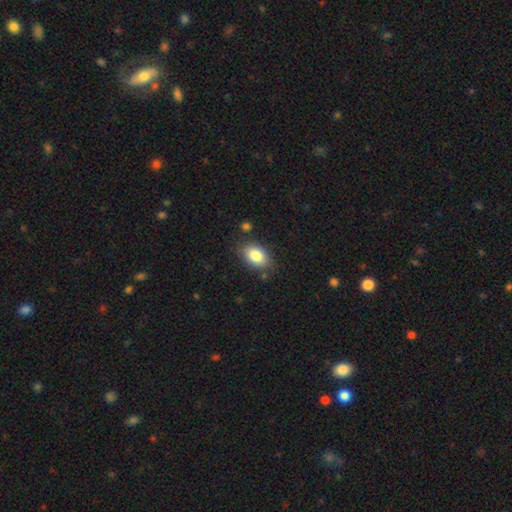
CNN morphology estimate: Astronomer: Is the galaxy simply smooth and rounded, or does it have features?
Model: smooth — 84%.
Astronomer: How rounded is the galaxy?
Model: in between — 85%.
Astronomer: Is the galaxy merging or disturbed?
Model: none — 80%.